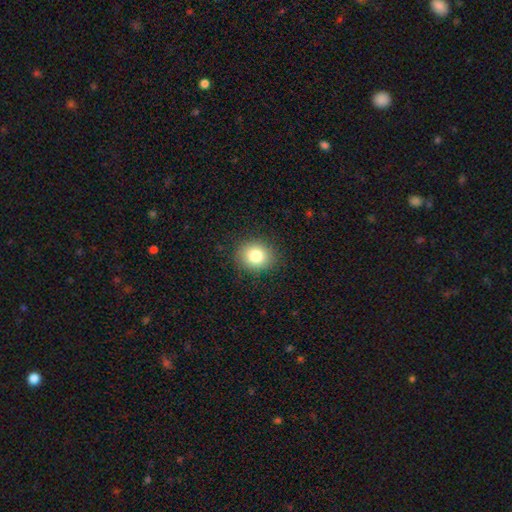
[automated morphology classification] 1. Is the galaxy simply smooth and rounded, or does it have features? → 81% smooth, 10% star or artifact, 9% featured or disk.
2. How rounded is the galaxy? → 70% round, 29% in between, 1% cigar-shaped.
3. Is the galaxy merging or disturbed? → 88% none, 8% minor disturbance, 3% major disturbance, 1% merger.